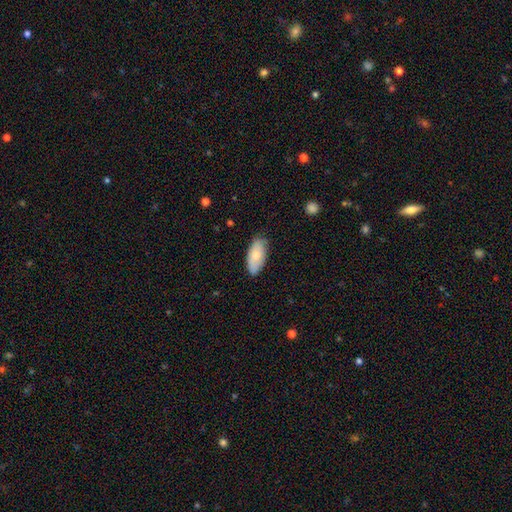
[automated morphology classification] A smooth galaxy with no disk features (77%) that is in between round and cigar-shaped (91%).

Vote fractions:
- Smooth or featured? smooth: 77% / featured or disk: 17% / star or artifact: 6%
- How rounded? in between: 91% / cigar-shaped: 7% / round: 2%
- Merging? none: 77% / minor disturbance: 19% / major disturbance: 3% / merger: 1%